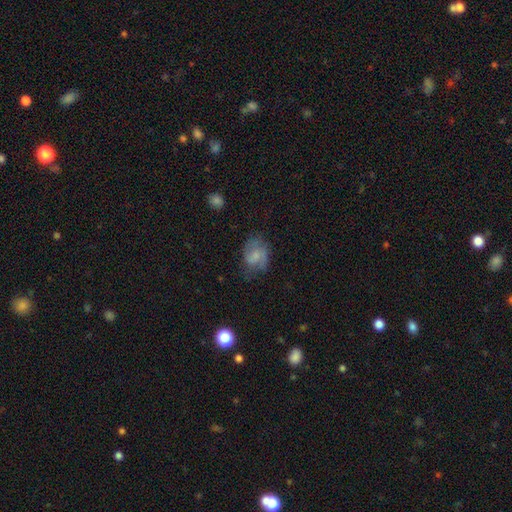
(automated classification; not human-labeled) This is possibly a smooth galaxy (51%). How rounded: likely in between (60%). Merging: possibly none (55%).